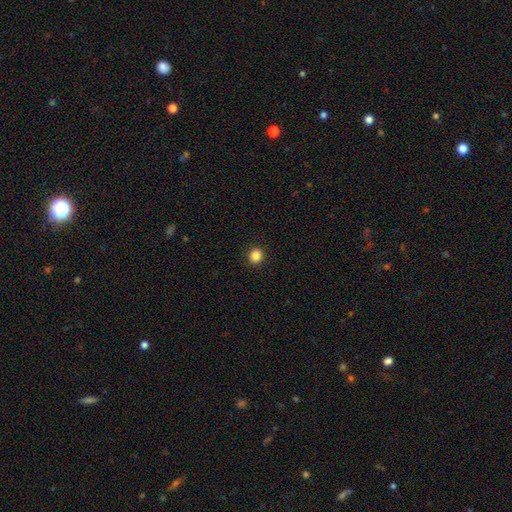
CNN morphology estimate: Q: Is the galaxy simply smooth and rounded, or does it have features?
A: smooth — 86%.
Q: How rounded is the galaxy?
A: round — 92%.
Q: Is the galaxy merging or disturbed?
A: none — 93%.